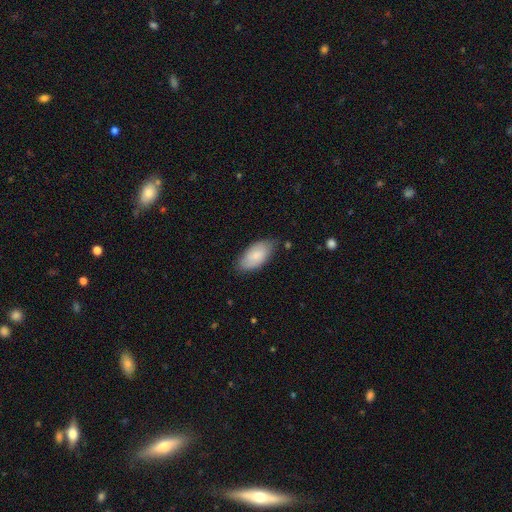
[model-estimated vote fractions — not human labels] Smooth or featured? Predicted: smooth (p=0.76). How rounded? Predicted: in between (p=0.94). Merging? Predicted: none (p=0.71).